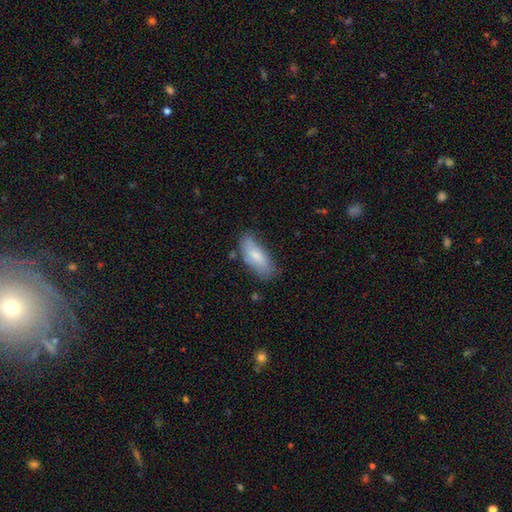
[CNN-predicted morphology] The model was most divided on "merging": none: 65%, minor disturbance: 27%, major disturbance: 6%, merger: 3%. More confident: how rounded — in between (78%); smooth or featured — smooth (78%).